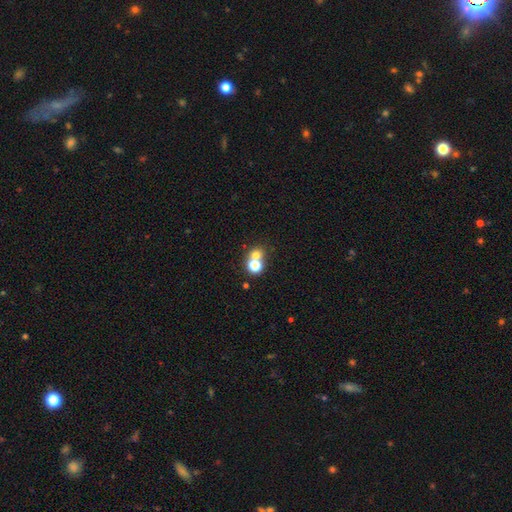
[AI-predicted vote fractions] This appears to be a smooth galaxy with no disk features (69%) that is round (79%). Merging: none (45%, tied with merger).